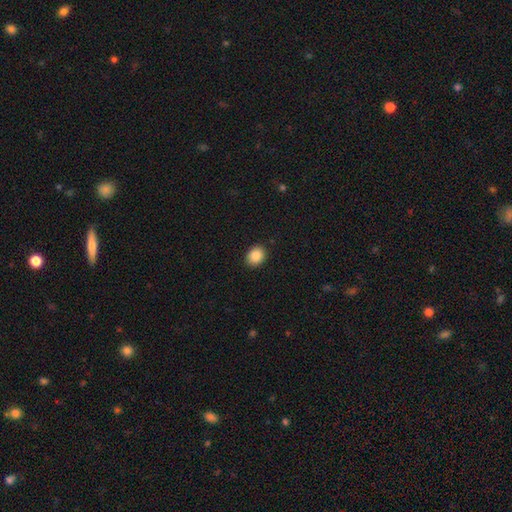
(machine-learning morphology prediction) A smooth galaxy with no disk features (85%) that is in between round and cigar-shaped (50%). Merging: none (91%).